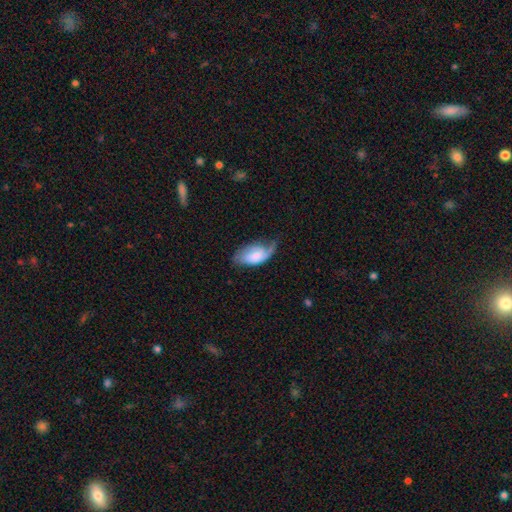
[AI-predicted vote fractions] The model was most divided on "merging": none: 40%, minor disturbance: 33%, major disturbance: 25%, merger: 2%. More confident: edge-on disk — no (94%); smooth or featured — featured or disk (52%).